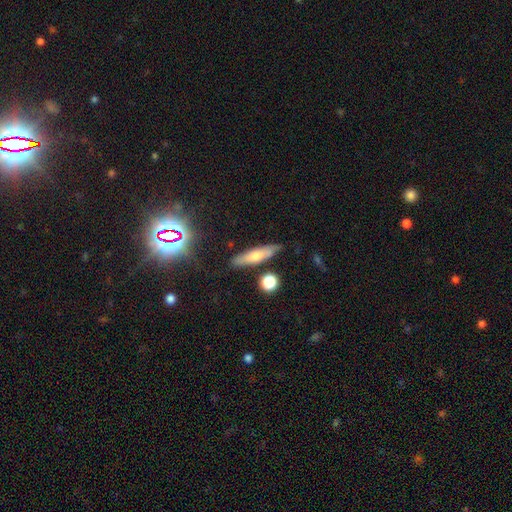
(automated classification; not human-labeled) Q: Smooth or featured?
A: smooth (50%); runner-up: featured or disk (37%)
Q: Merging?
A: none (82%); runner-up: minor disturbance (12%)